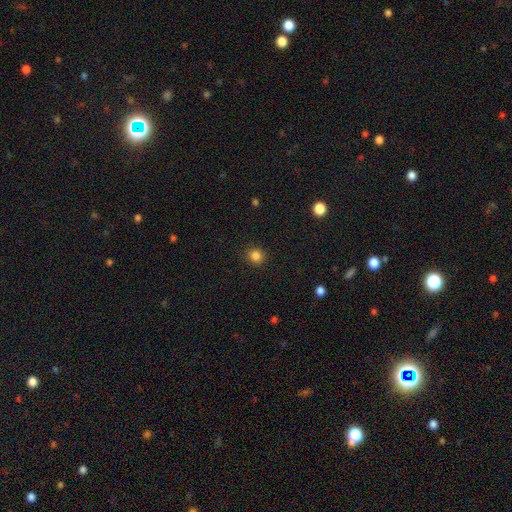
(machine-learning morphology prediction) type=smooth (84%); roundness=round (92%); merging=none (91%).